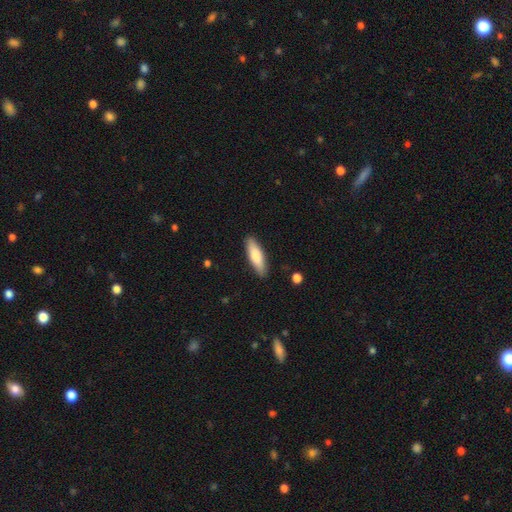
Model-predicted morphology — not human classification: This appears to be a smooth galaxy with no disk features (77%) that is cigar-shaped (59%). Merging: none (88%).